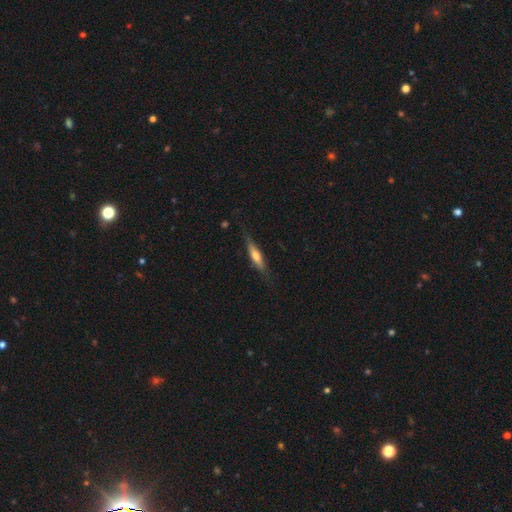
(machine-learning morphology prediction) Q: Smooth or featured?
A: smooth (54%); runner-up: featured or disk (40%)
Q: How rounded?
A: cigar-shaped (79%); runner-up: in between (19%)
Q: Merging?
A: none (77%); runner-up: minor disturbance (17%)